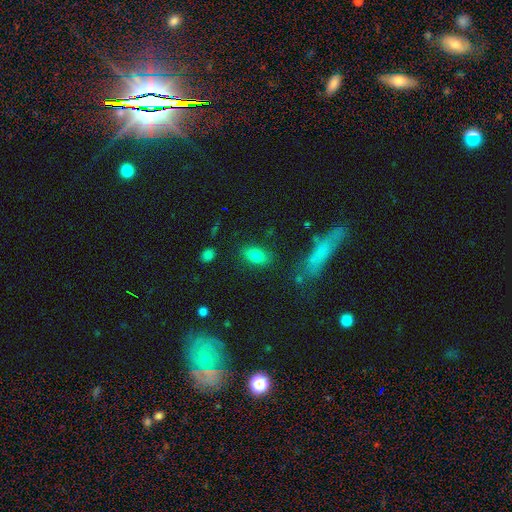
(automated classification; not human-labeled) This is clearly a smooth galaxy (82%). How rounded: clearly in between (85%). Merging: clearly none (82%).